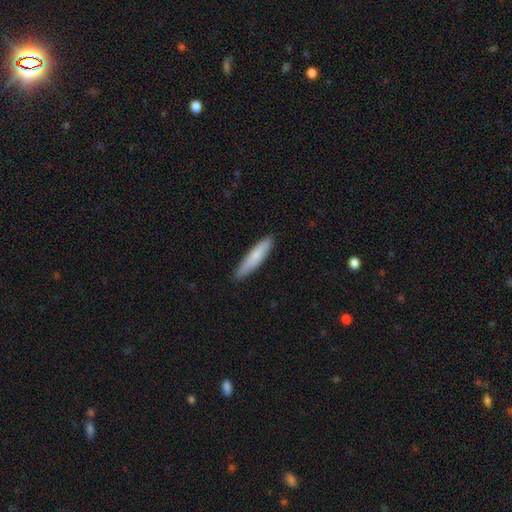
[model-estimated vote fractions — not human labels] Smooth or featured?
  - smooth: 77% *
  - featured or disk: 17%
  - star or artifact: 5%
How rounded?
  - cigar-shaped: 85% *
  - in between: 14%
  - round: 1%
Merging?
  - none: 88% *
  - minor disturbance: 9%
  - major disturbance: 1%
  - merger: 1%